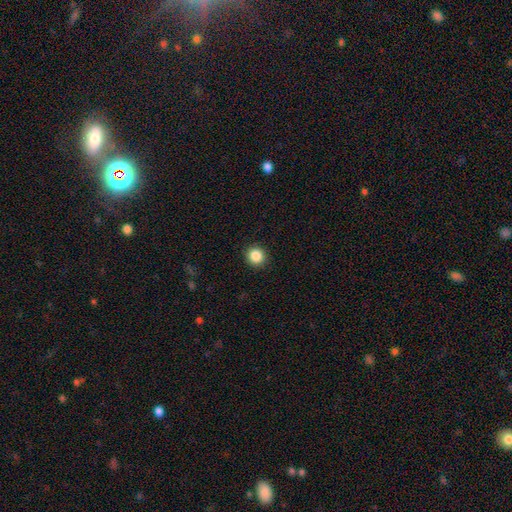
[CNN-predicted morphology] The model was most divided on "smooth or featured": smooth: 87%, star or artifact: 10%, featured or disk: 4%. More confident: merging — none (92%); how rounded — round (91%).